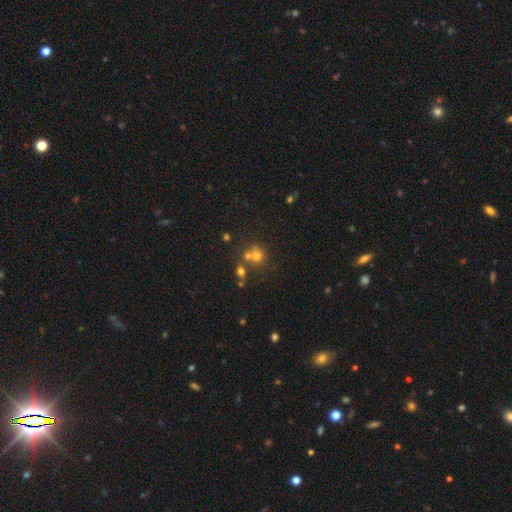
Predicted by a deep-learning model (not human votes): A smooth galaxy with no disk features (62%) that is round (84%). Merging: none (48%).